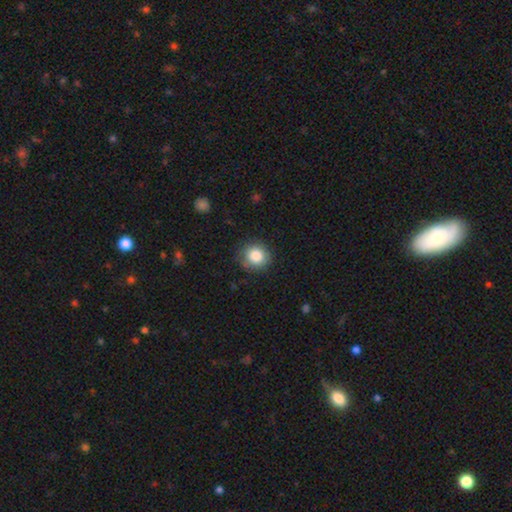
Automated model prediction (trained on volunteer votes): Q: Smooth or featured?
A: smooth (85%); runner-up: star or artifact (9%)
Q: How rounded?
A: round (89%); runner-up: in between (10%)
Q: Merging?
A: none (84%); runner-up: minor disturbance (11%)